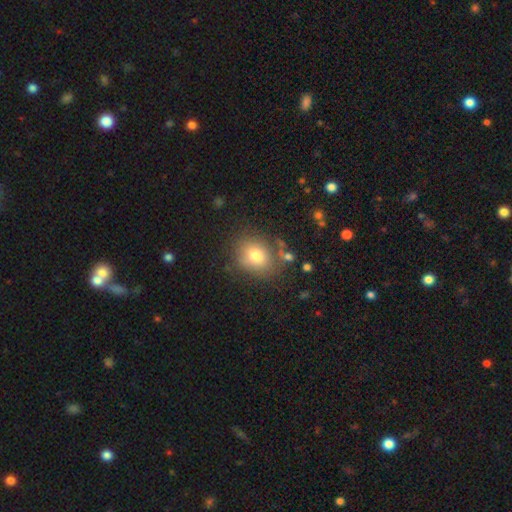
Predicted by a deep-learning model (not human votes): Smooth or featured?
  - smooth: 79% *
  - star or artifact: 11%
  - featured or disk: 10%
How rounded?
  - round: 57% *
  - in between: 42%
  - cigar-shaped: 1%
Merging?
  - none: 74% *
  - minor disturbance: 15%
  - merger: 5%
  - major disturbance: 5%